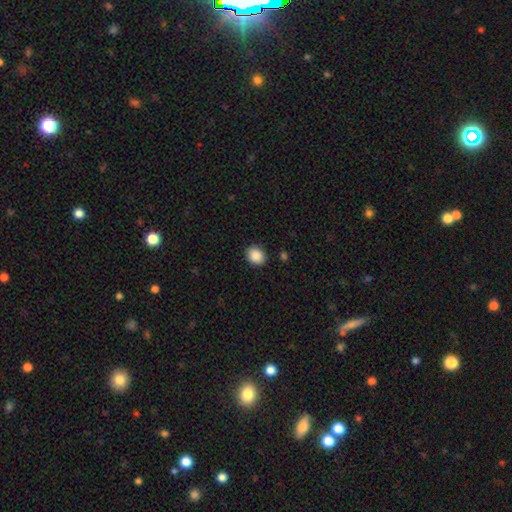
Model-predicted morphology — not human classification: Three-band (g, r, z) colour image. It shows a smooth galaxy with no disk features (89%) that is round (56%). Merging: none (89%).